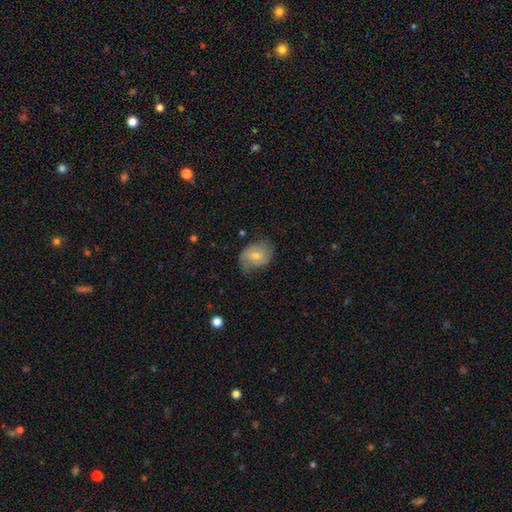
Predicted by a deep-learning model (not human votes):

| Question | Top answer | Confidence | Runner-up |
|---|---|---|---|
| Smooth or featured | smooth | 54% | featured or disk (39%) |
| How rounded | in between | 64% | round (35%) |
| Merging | none | 55% | minor disturbance (33%) |